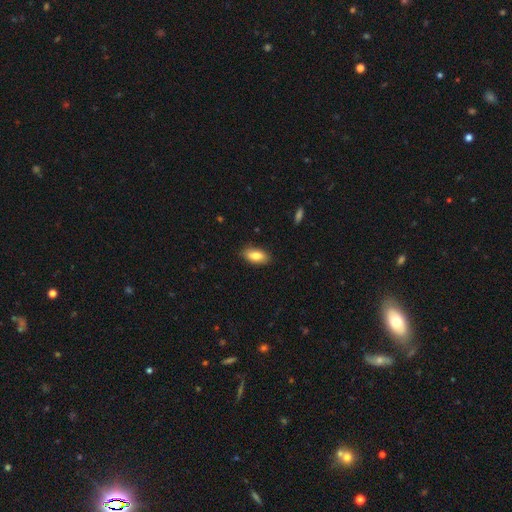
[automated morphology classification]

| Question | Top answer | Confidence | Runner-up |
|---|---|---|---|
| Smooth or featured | smooth | 83% | featured or disk (10%) |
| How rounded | in between | 89% | cigar-shaped (8%) |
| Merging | none | 85% | minor disturbance (12%) |